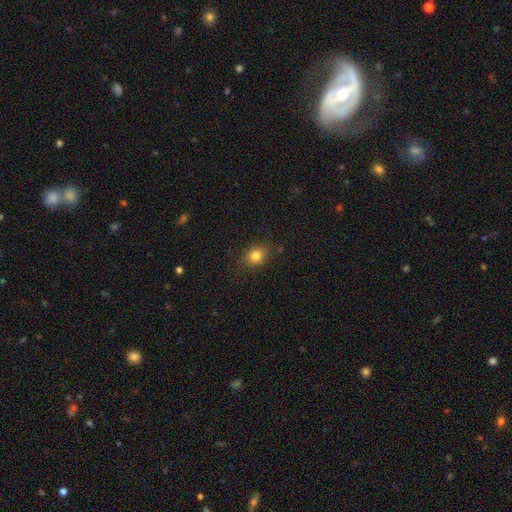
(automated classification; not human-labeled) smooth_or_featured: smooth (p=0.81) [alt: star or artifact p=0.12]
how_rounded: round (p=0.65) [alt: in between p=0.34]
merging: none (p=0.80) [alt: minor disturbance p=0.15]